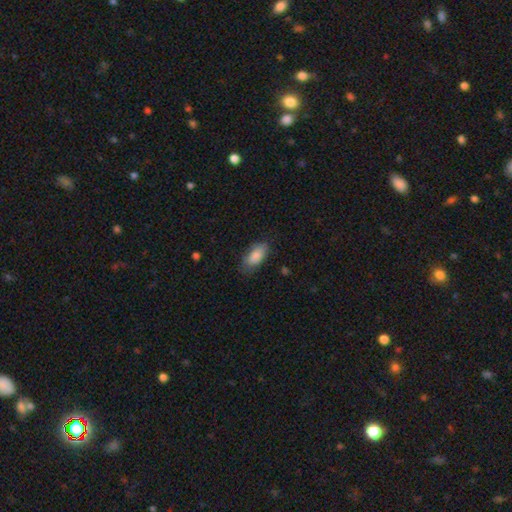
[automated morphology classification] This is clearly a smooth galaxy (86%). How rounded: clearly in between (91%). Merging: likely none (71%).